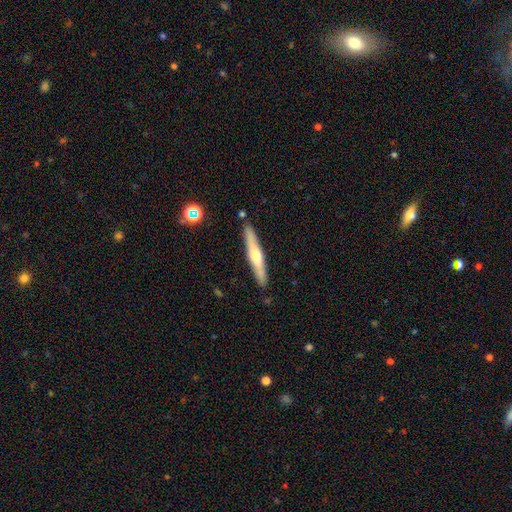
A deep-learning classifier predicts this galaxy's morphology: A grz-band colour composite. It shows a featured or disk galaxy (57%) viewed edge-on (95%) with a rounded central bulge (82%). Merging: none (88%).